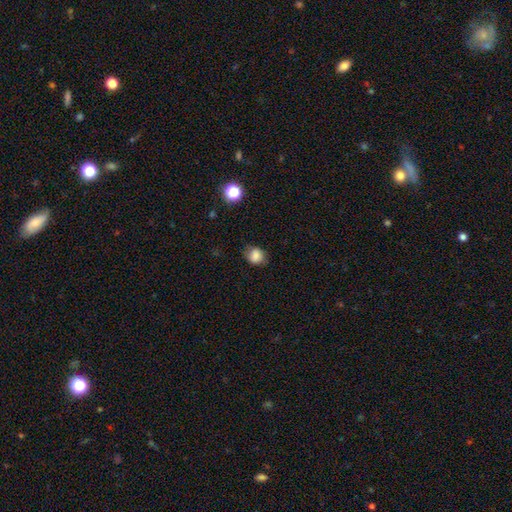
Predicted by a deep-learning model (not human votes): smooth 83%, star or artifact 10%, featured or disk 7%. Down the decision tree: how rounded — round (67%); merging — none (74%).